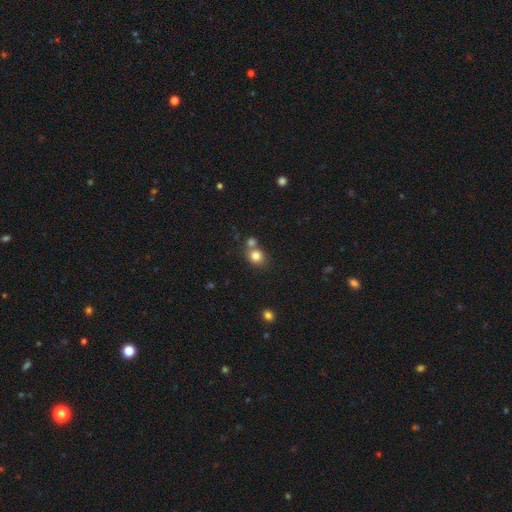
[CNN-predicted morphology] Smooth or featured?
  - smooth: 82% *
  - star or artifact: 11%
  - featured or disk: 7%
How rounded?
  - round: 78% *
  - in between: 21%
  - cigar-shaped: 1%
Merging?
  - none: 55% *
  - merger: 33%
  - minor disturbance: 9%
  - major disturbance: 3%